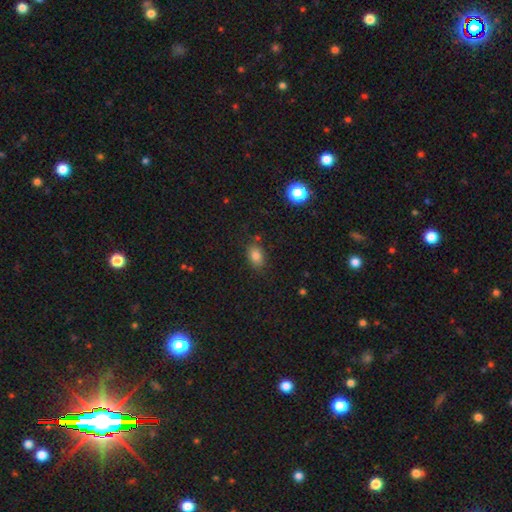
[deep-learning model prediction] A smooth galaxy with no disk features (81%) that is in between round and cigar-shaped (81%). Merging: none (79%).